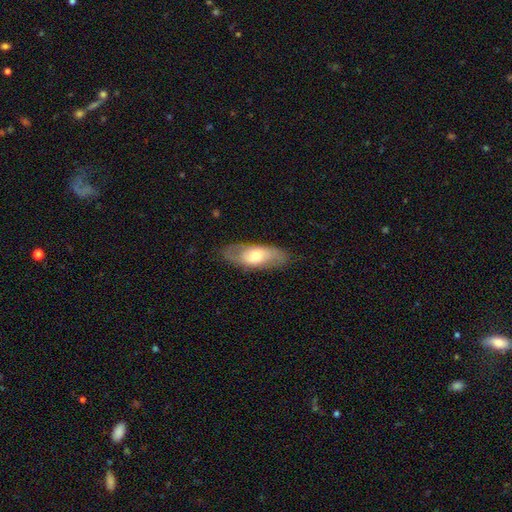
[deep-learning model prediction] Smooth or featured? Predicted: smooth (p=0.51). How rounded? Predicted: in between (p=0.79). Merging? Predicted: none (p=0.79).